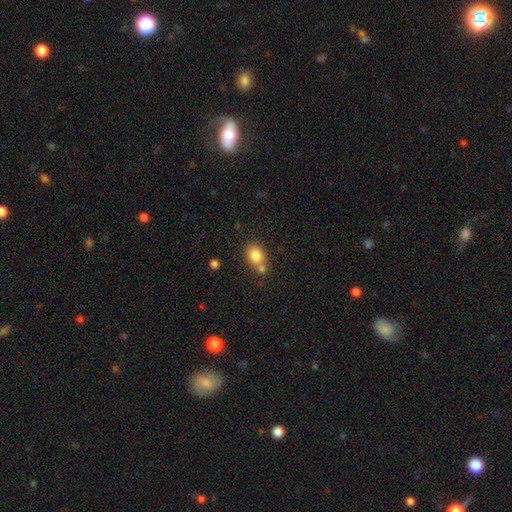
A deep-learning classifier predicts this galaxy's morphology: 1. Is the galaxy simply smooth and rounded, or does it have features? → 82% smooth, 10% star or artifact, 9% featured or disk.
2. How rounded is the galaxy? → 51% in between, 48% round, 1% cigar-shaped.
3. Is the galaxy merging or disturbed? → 58% none, 25% merger, 13% minor disturbance, 4% major disturbance.